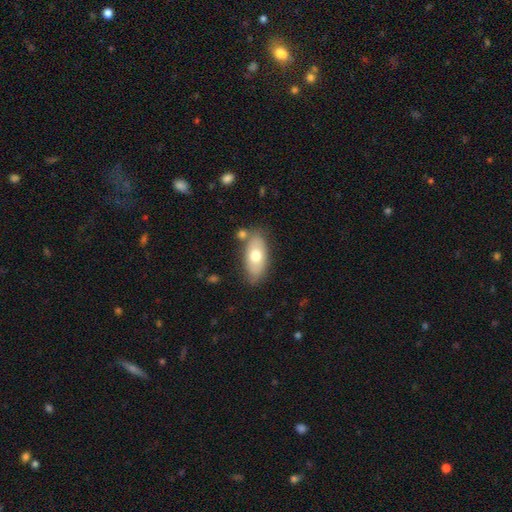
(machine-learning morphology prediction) Q: Smooth or featured?
A: smooth (67%); runner-up: featured or disk (27%)
Q: How rounded?
A: in between (89%); runner-up: cigar-shaped (7%)
Q: Merging?
A: none (72%); runner-up: minor disturbance (16%)